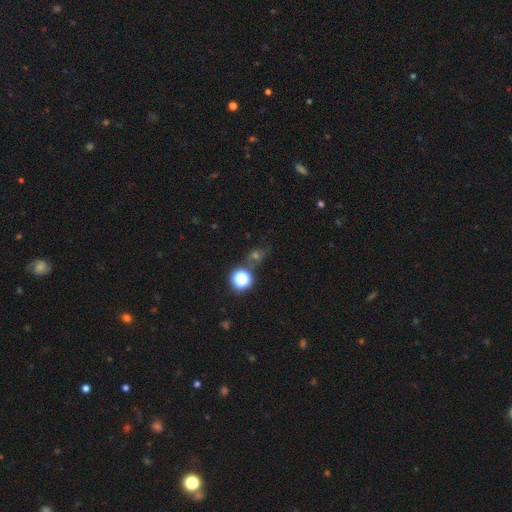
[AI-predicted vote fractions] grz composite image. It shows a star or artifact, not a galaxy (50%).